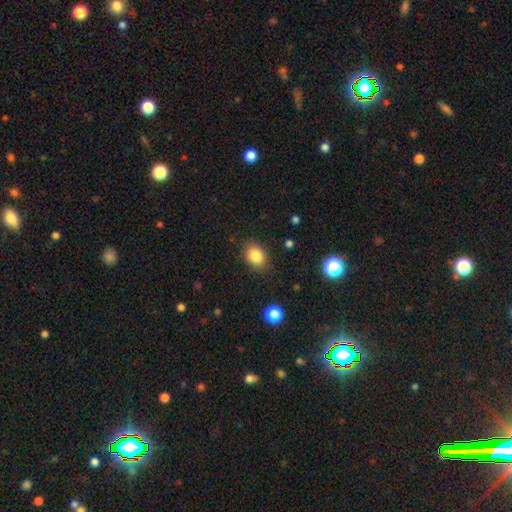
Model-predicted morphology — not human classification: Overall: smooth (84%). How rounded: in between (63%; round 36%). Merging: none (85%).